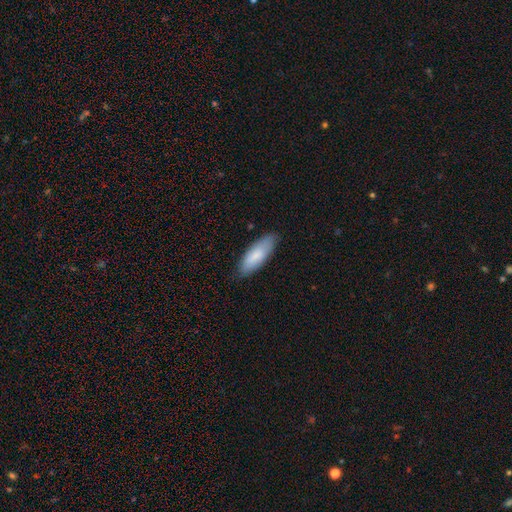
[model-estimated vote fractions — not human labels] Smooth or featured? smooth (82%)
How rounded? in between (64%)
Merging? none (83%)